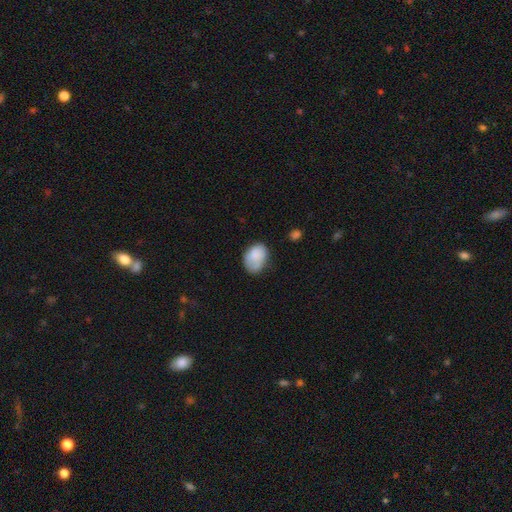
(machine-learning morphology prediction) Smooth or featured? smooth (82%)
How rounded? in between (78%)
Merging? none (54%)